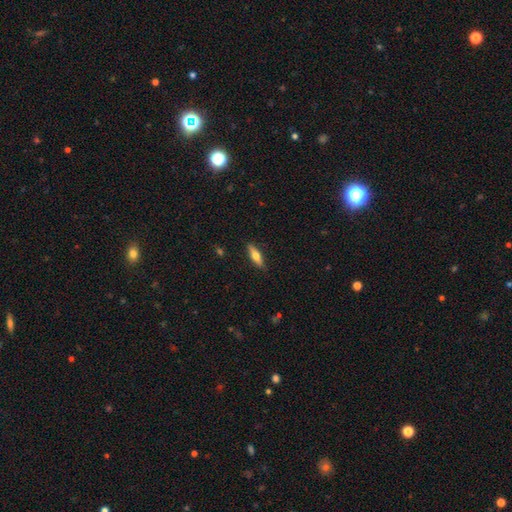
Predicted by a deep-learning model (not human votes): Smooth or featured? smooth (56%)
How rounded? cigar-shaped (56%)
Merging? none (89%)